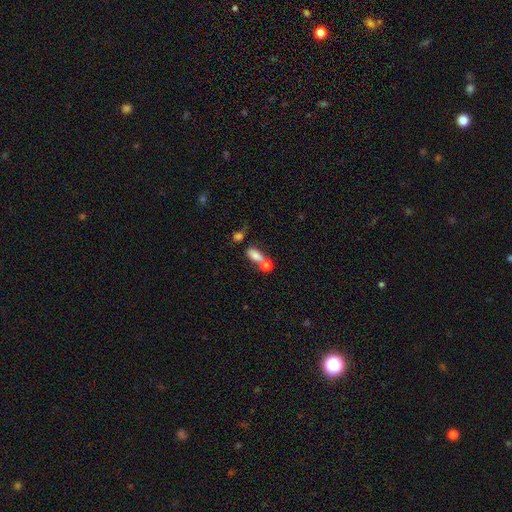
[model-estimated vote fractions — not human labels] A smooth galaxy with no disk features (77%) that is in between round and cigar-shaped (79%).

Vote fractions:
- Smooth or featured? smooth: 77% / featured or disk: 12% / star or artifact: 10%
- How rounded? in between: 79% / round: 14% / cigar-shaped: 8%
- Merging? merger: 50% / none: 32% / minor disturbance: 11% / major disturbance: 7%